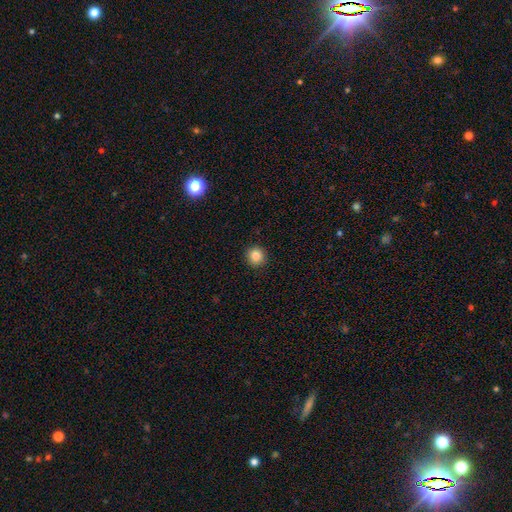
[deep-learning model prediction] Overall: smooth (85%). How rounded: round (93%). Merging: none (92%).